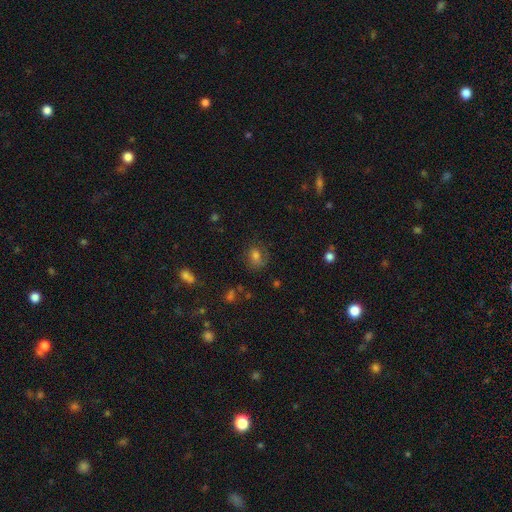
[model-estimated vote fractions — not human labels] A smooth galaxy with no disk features (62%) that is round (53%). Merging: none (64%).